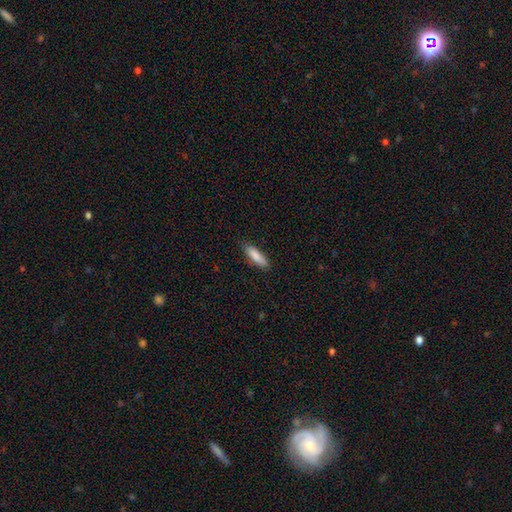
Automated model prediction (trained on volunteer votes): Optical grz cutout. It shows a smooth galaxy with no disk features (86%) that is cigar-shaped (60%). Merging: none (85%).